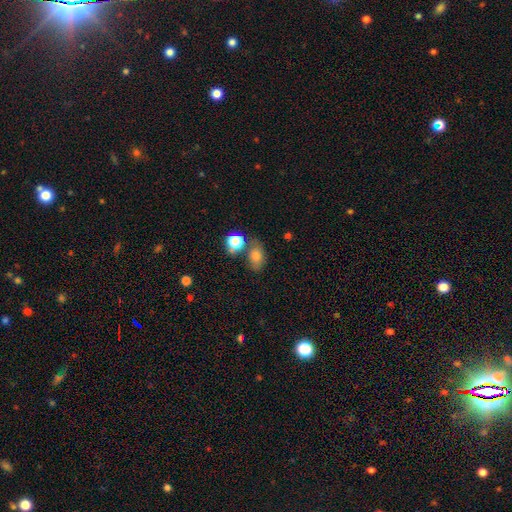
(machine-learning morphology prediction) This is likely a smooth galaxy (78%). How rounded: likely in between (77%). Merging: possibly none (56%).